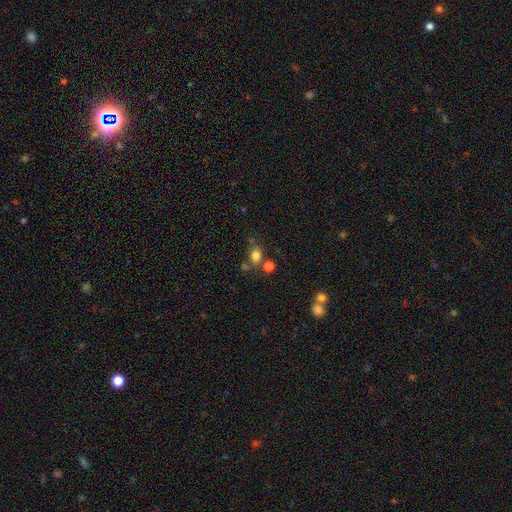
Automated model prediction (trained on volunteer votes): smooth-or-featured: smooth: 78% | star or artifact: 14% | featured or disk: 7%
  how-rounded: in between: 53% | round: 46% | cigar-shaped: 1%
  merging: none: 64% | merger: 17% | minor disturbance: 13% | major disturbance: 5%